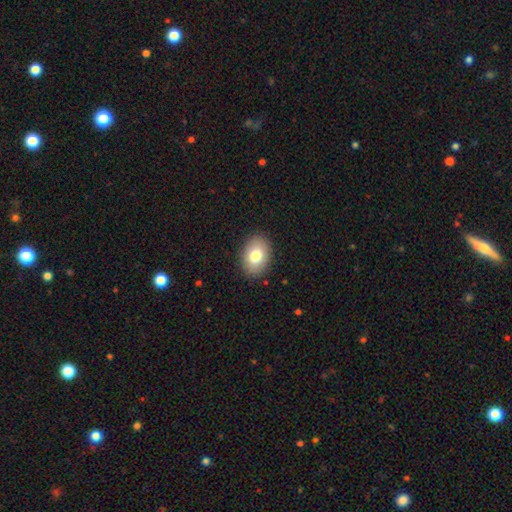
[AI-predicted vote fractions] Overall: smooth (79%). How rounded: in between (79%). Merging: none (89%).